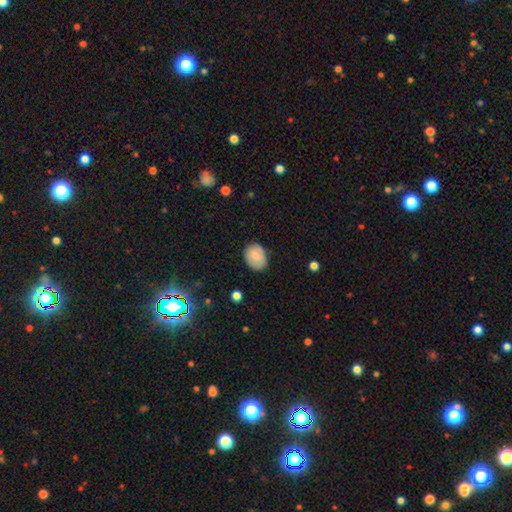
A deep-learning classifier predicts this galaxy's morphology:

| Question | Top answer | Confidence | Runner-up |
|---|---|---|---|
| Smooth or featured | smooth | 80% | featured or disk (13%) |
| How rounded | in between | 64% | round (35%) |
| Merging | none | 78% | minor disturbance (17%) |